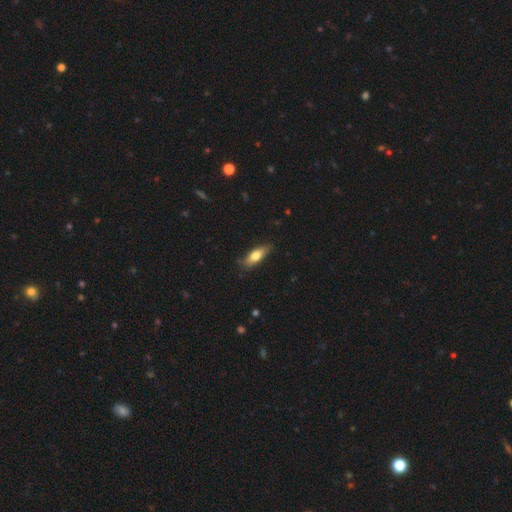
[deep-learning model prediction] smooth 70%, featured or disk 24%, star or artifact 6%. Down the decision tree: how rounded — in between (59%); merging — none (82%).